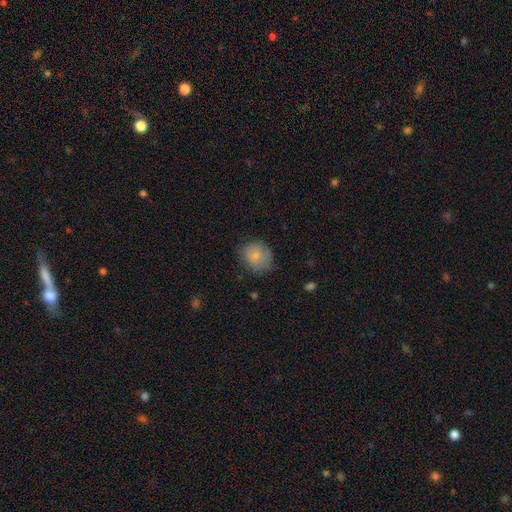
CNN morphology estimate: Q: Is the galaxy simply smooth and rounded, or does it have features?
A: smooth — 79%.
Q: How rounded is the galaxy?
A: round — 68%.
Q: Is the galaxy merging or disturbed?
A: none — 66%.